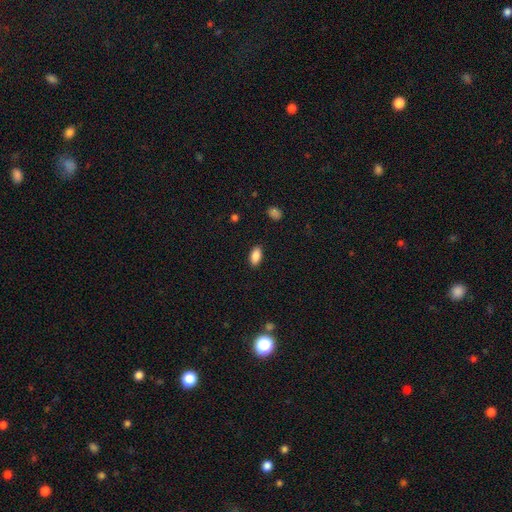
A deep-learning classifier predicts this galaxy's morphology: smooth 87%, star or artifact 8%, featured or disk 5%. Down the decision tree: how rounded — in between (91%); merging — none (88%).